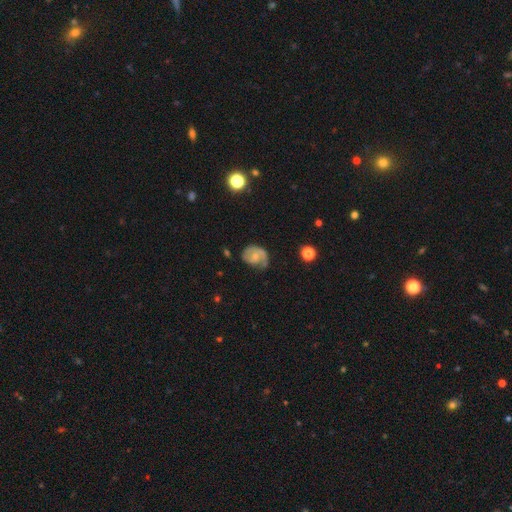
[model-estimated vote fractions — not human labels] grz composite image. It shows a featured or disk galaxy (61%) with no bar (68%), spiral arms (84%) and a small central bulge (54%). Merging: none (48%).